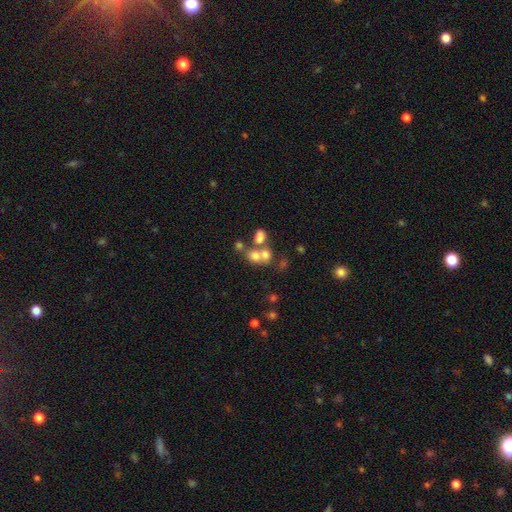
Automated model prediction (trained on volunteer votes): Smooth or featured? Predicted: smooth (p=0.63). How rounded? Predicted: round (p=0.59). Merging? Predicted: merger (p=0.53).